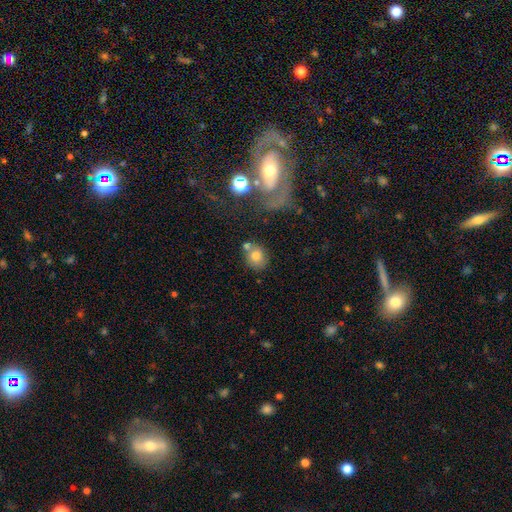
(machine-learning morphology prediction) smooth 73%, featured or disk 16%, star or artifact 12%. Down the decision tree: how rounded — round (64%); merging — none (58%).